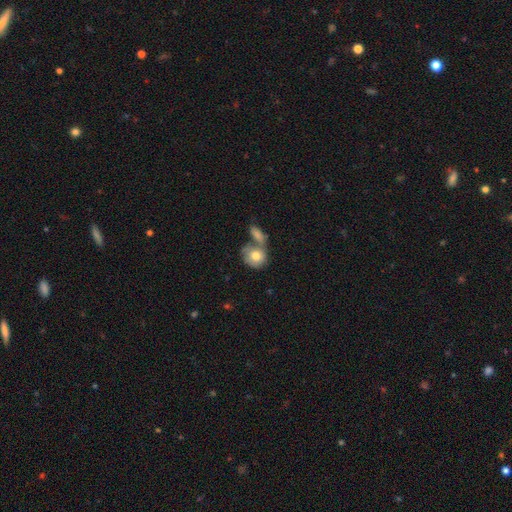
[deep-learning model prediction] A smooth galaxy with no disk features (74%) that is round (63%). Merging: merger (46%).